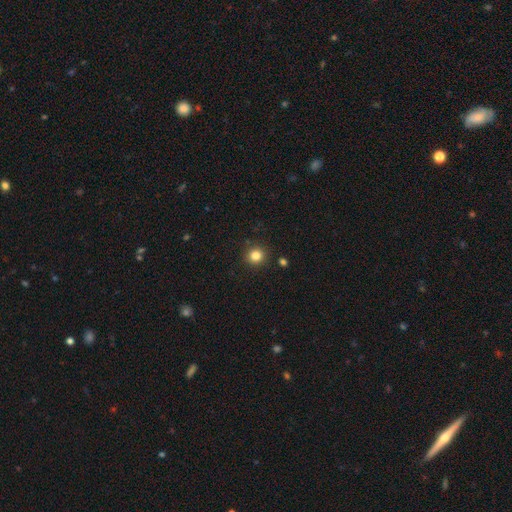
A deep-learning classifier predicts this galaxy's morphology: This appears to be a smooth galaxy with no disk features (83%) that is round (93%). Merging: none (90%).